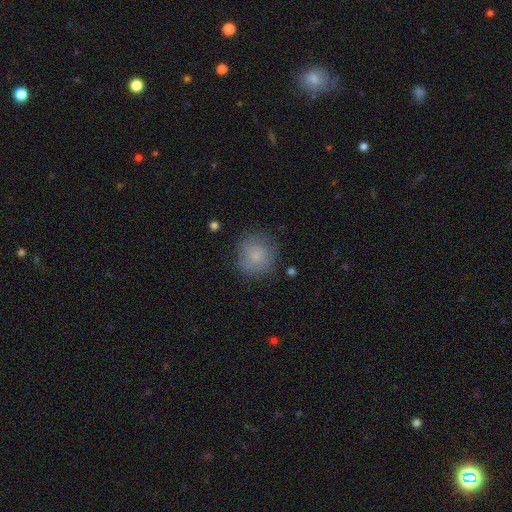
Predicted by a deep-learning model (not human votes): The model was most divided on "merging": none: 74%, minor disturbance: 18%, major disturbance: 6%, merger: 2%. More confident: how rounded — round (90%); smooth or featured — smooth (78%).